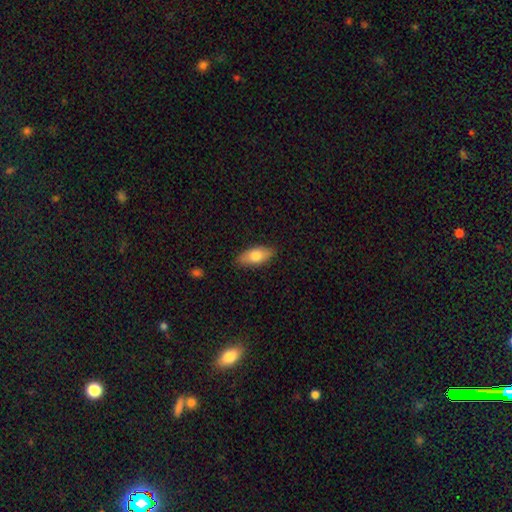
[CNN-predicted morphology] This is likely a smooth galaxy (77%). How rounded: clearly in between (88%). Merging: clearly none (86%).